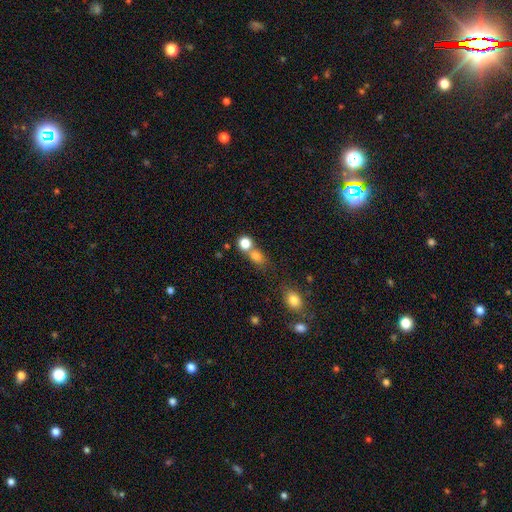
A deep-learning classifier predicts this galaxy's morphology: This is likely a smooth galaxy (77%). How rounded: likely round (63%). Merging: possibly merger (46%).